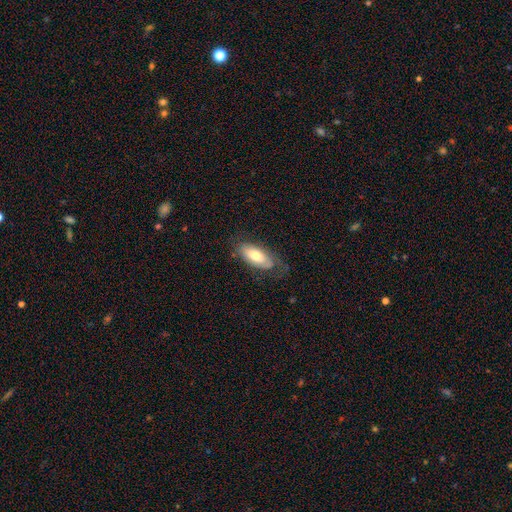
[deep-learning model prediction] Smooth or featured?
  - smooth: 63% *
  - featured or disk: 31%
  - star or artifact: 6%
How rounded?
  - in between: 85% *
  - cigar-shaped: 13%
  - round: 2%
Merging?
  - none: 62% *
  - minor disturbance: 25%
  - major disturbance: 12%
  - merger: 1%